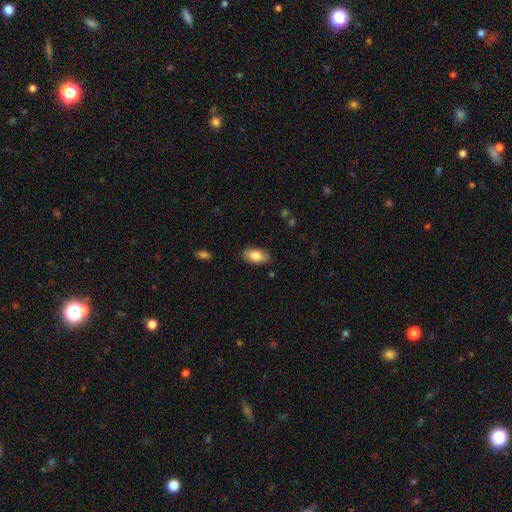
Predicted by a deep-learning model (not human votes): Morphology: type=smooth (83%); roundness=in between (92%); merging=none (86%).